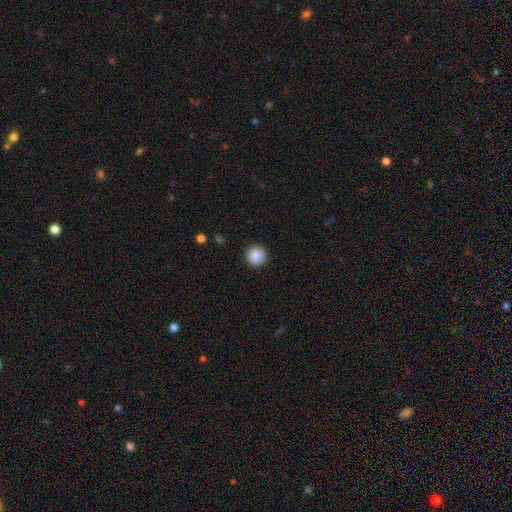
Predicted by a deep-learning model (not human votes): Overall: smooth (88%). How rounded: round (95%). Merging: none (91%).